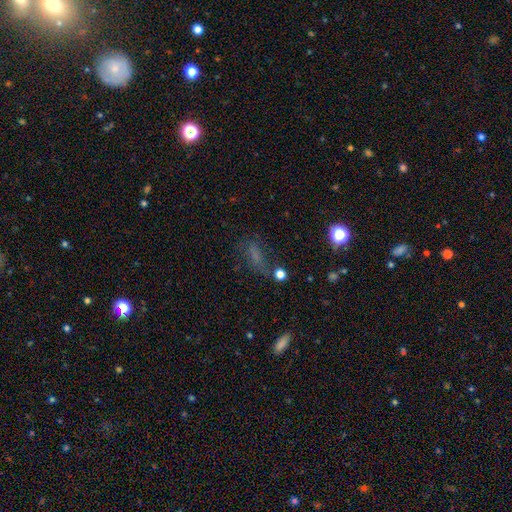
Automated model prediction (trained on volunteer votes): smooth-or-featured: smooth: 49% | star or artifact: 27% | featured or disk: 24%
  merging: none: 53% | minor disturbance: 21% | major disturbance: 20% | merger: 6%